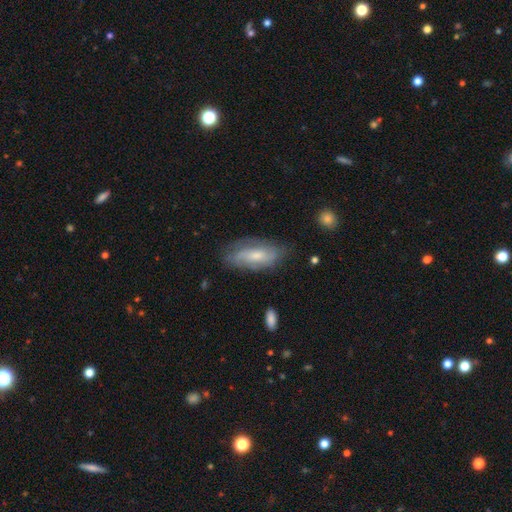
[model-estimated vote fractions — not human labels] This appears to be a featured or disk galaxy (51%). Merging: none (67%).